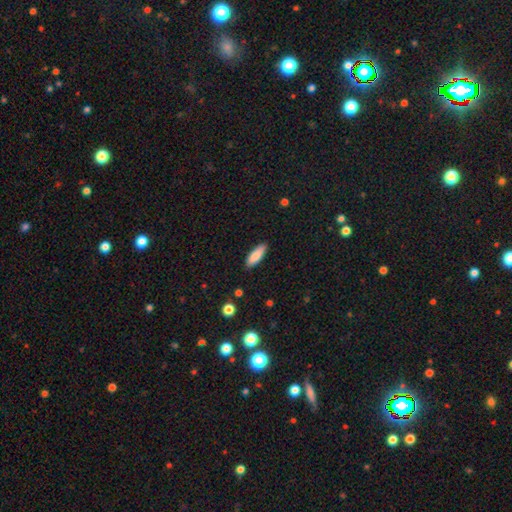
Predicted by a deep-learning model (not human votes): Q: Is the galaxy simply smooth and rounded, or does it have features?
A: smooth — 86%.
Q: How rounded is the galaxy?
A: in between — 58%.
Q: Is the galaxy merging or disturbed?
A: none — 88%.